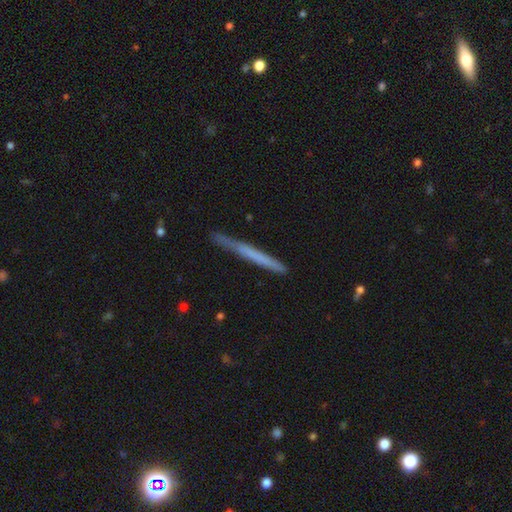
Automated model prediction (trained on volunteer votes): Smooth or featured? smooth (53%)
How rounded? cigar-shaped (97%)
Merging? none (84%)